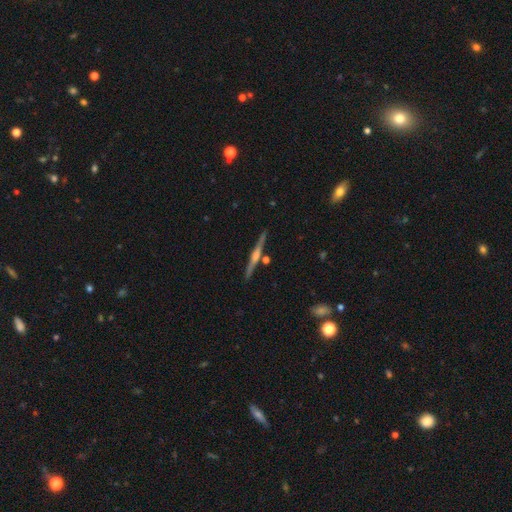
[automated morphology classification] The model was most divided on "edge-on bulge": rounded: 75%, none: 13%, boxy: 12%. More confident: edge-on disk — yes (98%); merging — none (88%); smooth or featured — featured or disk (79%).